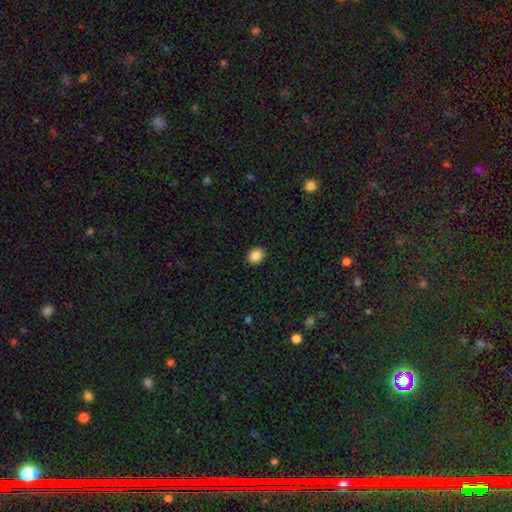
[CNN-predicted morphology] This is clearly a smooth galaxy (87%). How rounded: possibly round (52%). Merging: clearly none (90%).